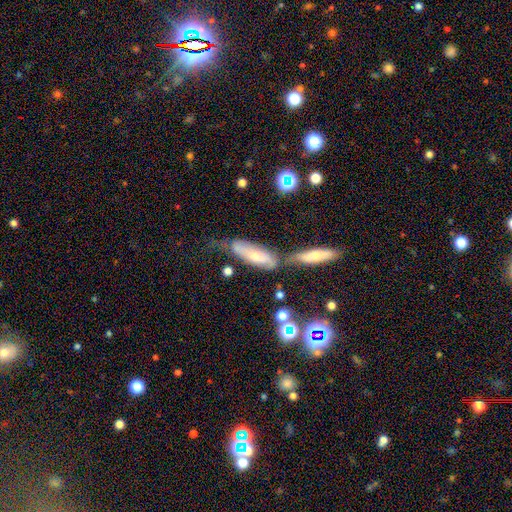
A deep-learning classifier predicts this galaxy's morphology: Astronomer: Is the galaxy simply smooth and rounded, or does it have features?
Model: smooth — 49% (runner-up: featured or disk, 42%).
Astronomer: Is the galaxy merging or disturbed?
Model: none — 41% (runner-up: merger, 27%).